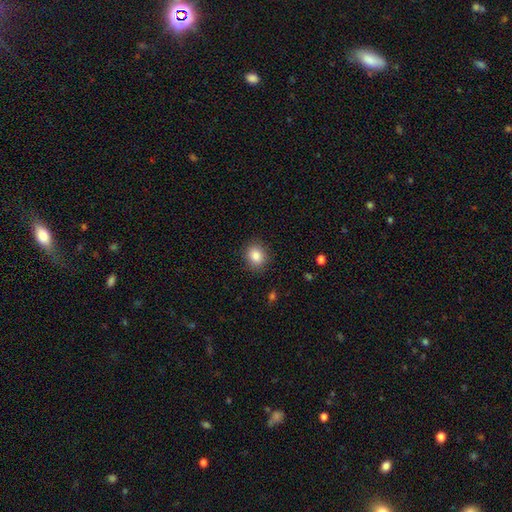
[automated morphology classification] A smooth galaxy with no disk features (86%) that is round (65%). Merging: none (88%).